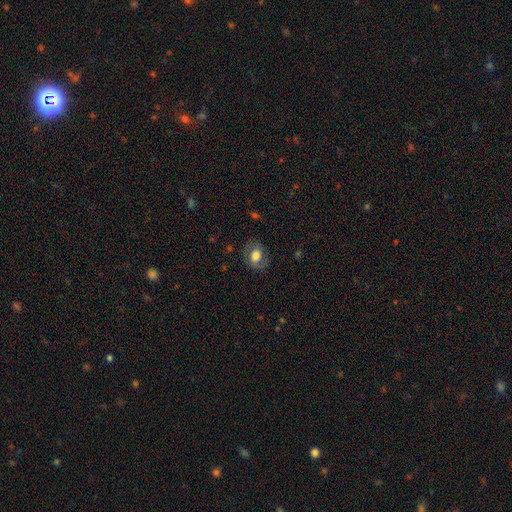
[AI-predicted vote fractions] smooth_or_featured: smooth (p=0.61) [alt: featured or disk p=0.31]
how_rounded: in between (p=0.52) [alt: round p=0.47]
merging: none (p=0.75) [alt: minor disturbance p=0.16]